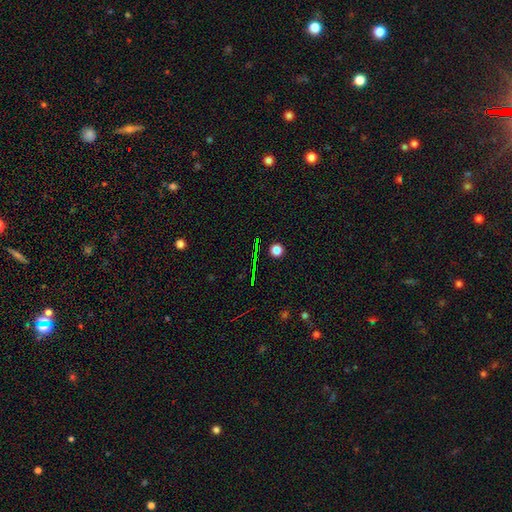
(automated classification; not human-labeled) Q: Smooth or featured?
A: star or artifact (62%); runner-up: smooth (23%)